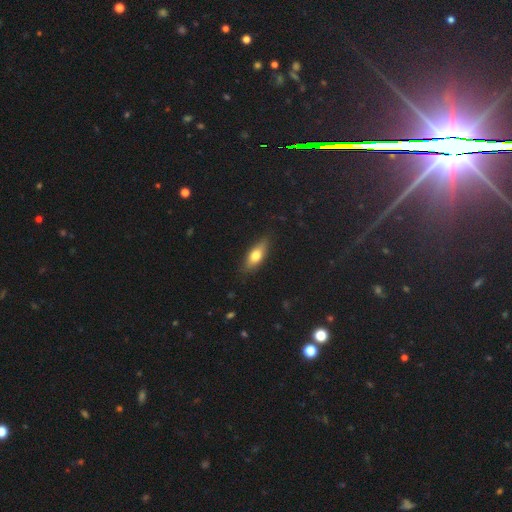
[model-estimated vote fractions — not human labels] smooth 65%, featured or disk 28%, star or artifact 7%. Down the decision tree: how rounded — in between (64%); merging — none (85%).